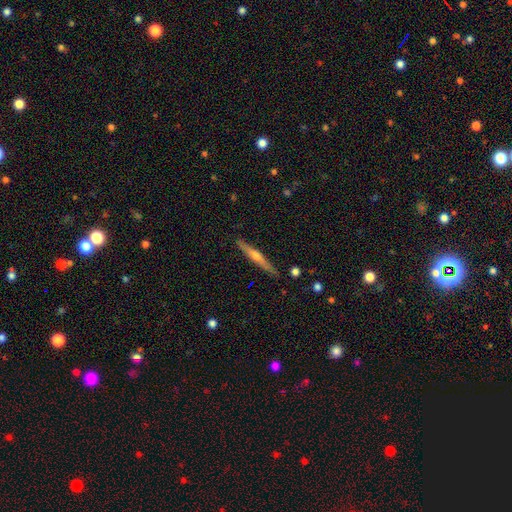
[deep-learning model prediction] smooth-or-featured: featured or disk: 72% | smooth: 22% | star or artifact: 6%
  disk-edge-on: yes: 98% | no: 2%
    edge-on-bulge: rounded: 85% | none: 10% | boxy: 5%
  merging: none: 90% | minor disturbance: 7% | major disturbance: 1% | merger: 1%